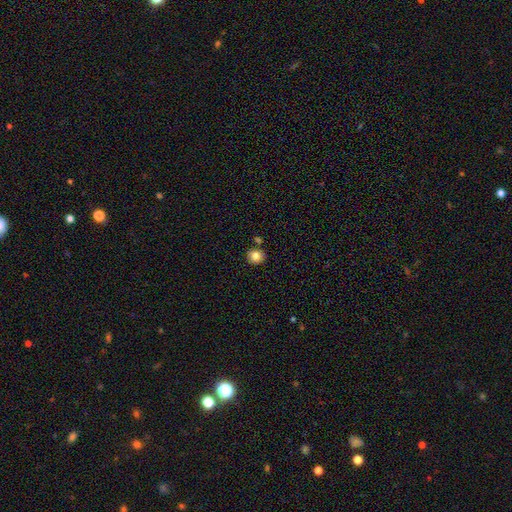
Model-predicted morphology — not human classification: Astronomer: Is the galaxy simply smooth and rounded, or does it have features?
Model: smooth — 81%.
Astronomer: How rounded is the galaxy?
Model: round — 88%.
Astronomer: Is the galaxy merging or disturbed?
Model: none — 83%.